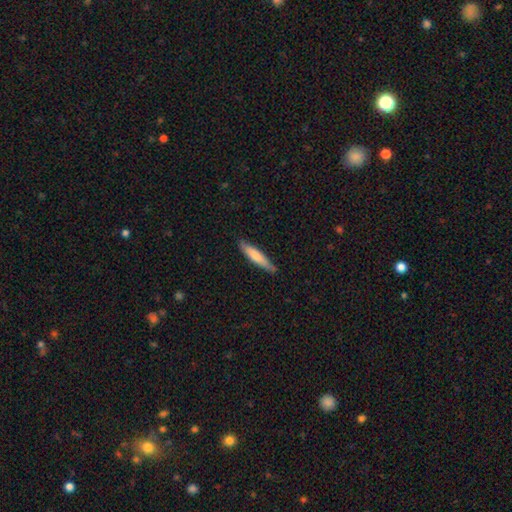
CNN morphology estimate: smooth 71%, featured or disk 24%, star or artifact 5%. Down the decision tree: how rounded — cigar-shaped (87%); merging — none (85%).